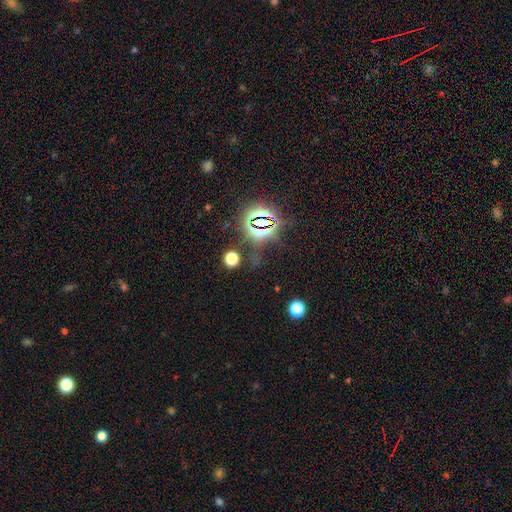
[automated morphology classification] A star or artifact, not a galaxy (78%).